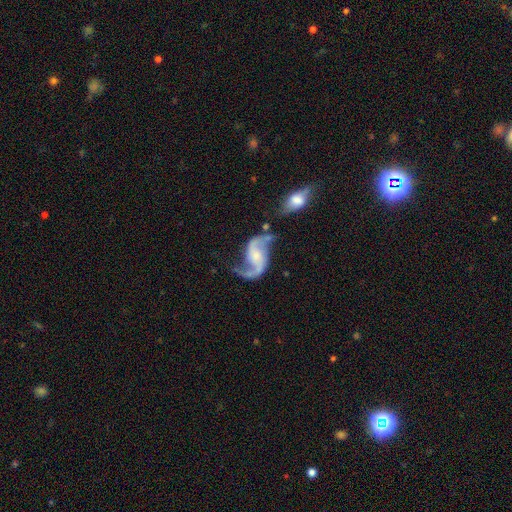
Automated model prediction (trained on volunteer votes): This appears to be a featured or disk galaxy (90%) with no bar (48%), 2 (91%) loose (65%) spiral arms (97%) and a small central bulge (40%). Merging: none (52%).